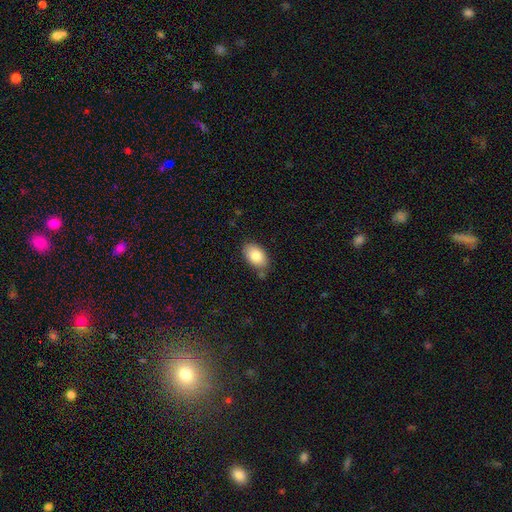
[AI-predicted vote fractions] A smooth galaxy with no disk features (84%) that is in between round and cigar-shaped (91%).

Vote fractions:
- Smooth or featured? smooth: 84% / featured or disk: 9% / star or artifact: 7%
- How rounded? in between: 91% / round: 7% / cigar-shaped: 1%
- Merging? none: 78% / minor disturbance: 15% / merger: 4% / major disturbance: 3%